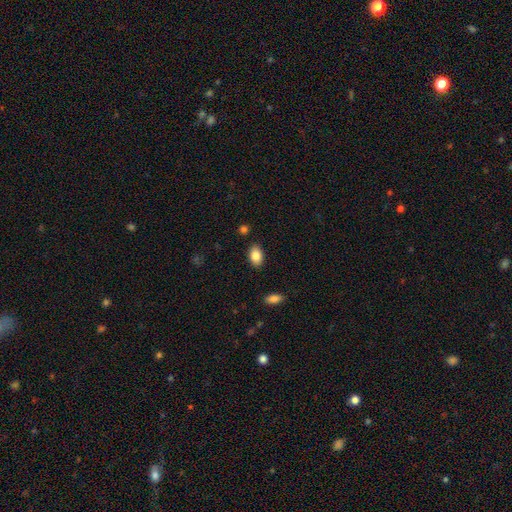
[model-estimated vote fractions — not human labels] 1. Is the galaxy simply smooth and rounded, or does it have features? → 86% smooth, 8% star or artifact, 6% featured or disk.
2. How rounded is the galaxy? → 89% in between, 9% round, 1% cigar-shaped.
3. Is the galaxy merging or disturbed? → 86% none, 10% minor disturbance, 2% major disturbance, 2% merger.